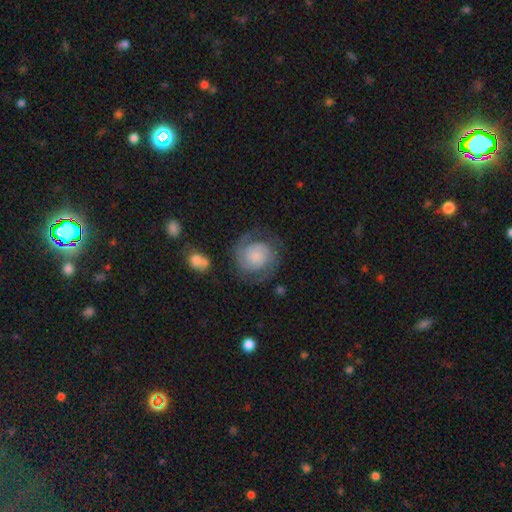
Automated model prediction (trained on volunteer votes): This appears to be a featured or disk galaxy (73%) with no bar (73%), 2 (77%) tight (52%) spiral arms (95%) and a small central bulge (40%). Merging: none (72%).